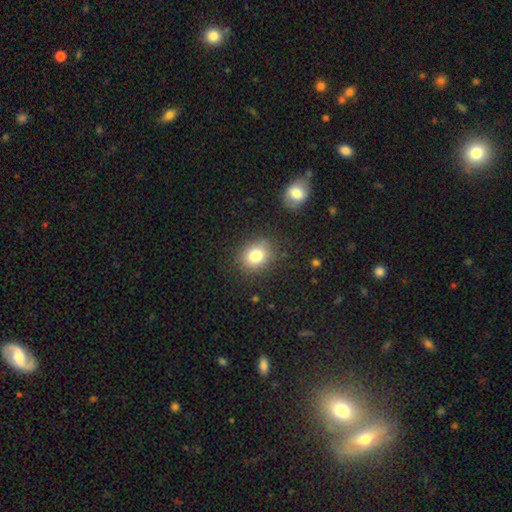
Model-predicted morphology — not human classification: This is likely a smooth galaxy (79%). How rounded: likely round (68%). Merging: clearly none (85%).